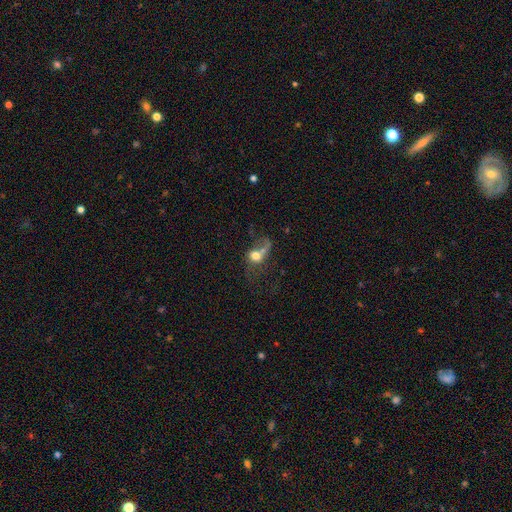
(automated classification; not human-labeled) A smooth galaxy with no disk features (55%) that is round (66%). Merging: merger (41%).